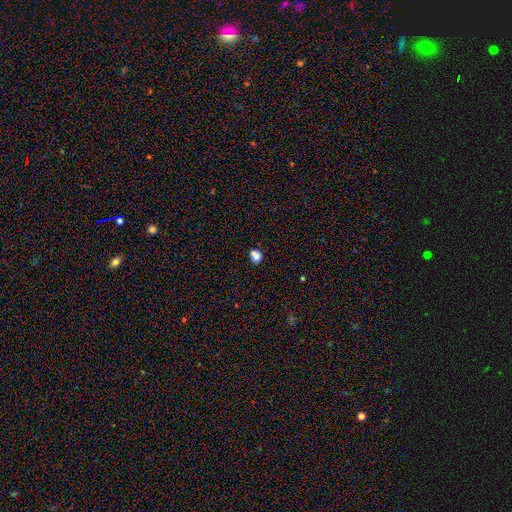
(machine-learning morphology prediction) Smooth or featured: smooth — 71% (star or artifact — 22%)
How rounded: round — 67% (in between — 32%)
Merging: none — 68% (merger — 14%)